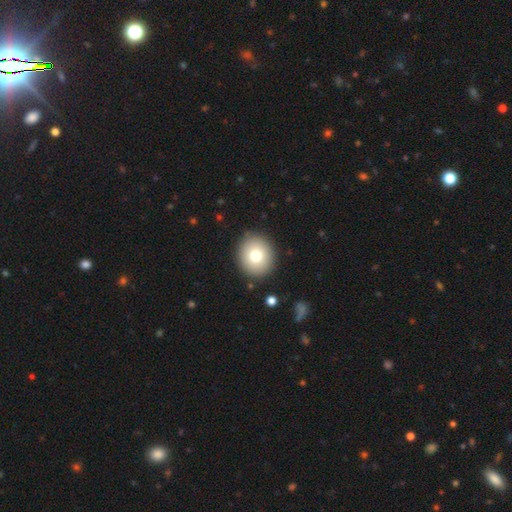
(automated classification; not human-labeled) smooth_or_featured: smooth (p=0.76) [alt: featured or disk p=0.14]
how_rounded: round (p=0.80) [alt: in between p=0.19]
merging: none (p=0.88) [alt: minor disturbance p=0.08]